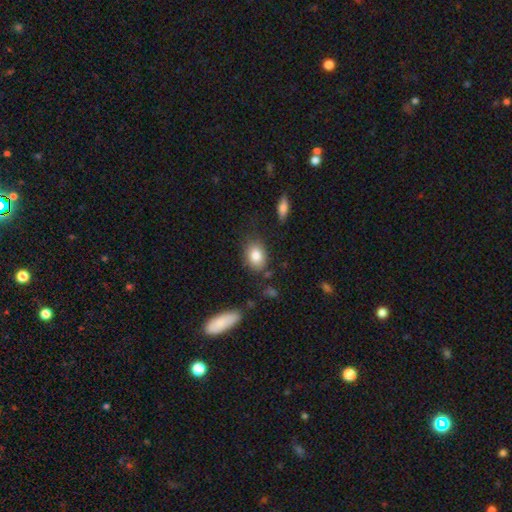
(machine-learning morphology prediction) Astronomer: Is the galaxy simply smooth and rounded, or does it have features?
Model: smooth — 83%.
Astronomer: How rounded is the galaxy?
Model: in between — 75%.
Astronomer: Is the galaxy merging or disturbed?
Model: none — 77%.